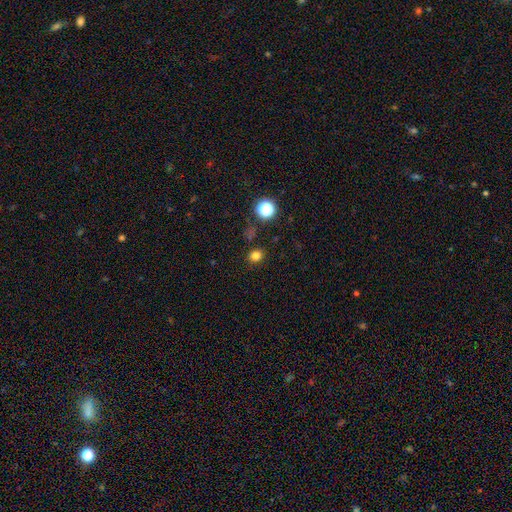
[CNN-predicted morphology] A smooth galaxy with no disk features (77%) that is round (68%).

Vote fractions:
- Smooth or featured? smooth: 77% / star or artifact: 17% / featured or disk: 5%
- How rounded? round: 68% / in between: 31% / cigar-shaped: 1%
- Merging? none: 86% / minor disturbance: 9% / major disturbance: 3% / merger: 3%